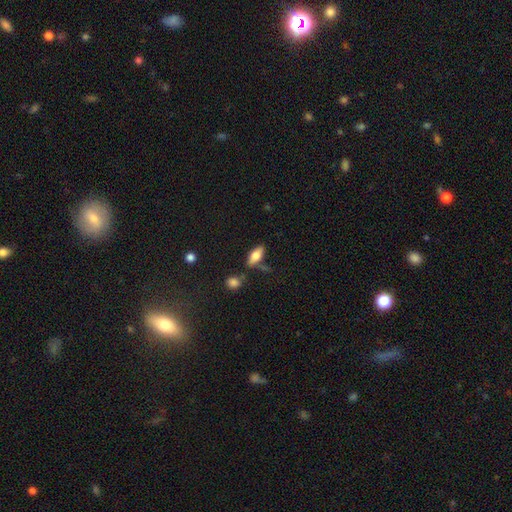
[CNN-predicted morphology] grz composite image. It shows a smooth galaxy with no disk features (65%) that is in between round and cigar-shaped (77%). Merging: none (70%).